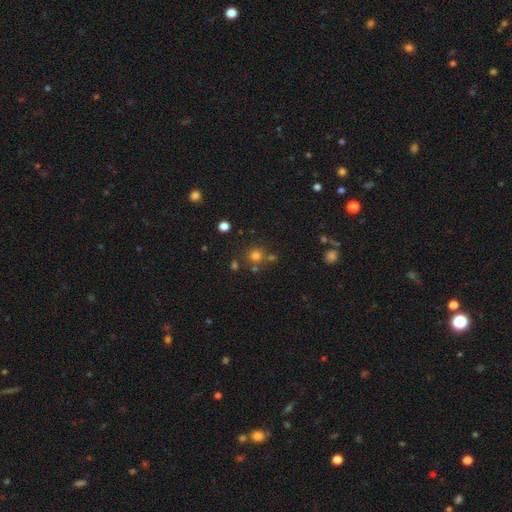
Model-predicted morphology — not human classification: This appears to be a smooth galaxy with no disk features (72%) that is round (91%). Merging: none (73%).